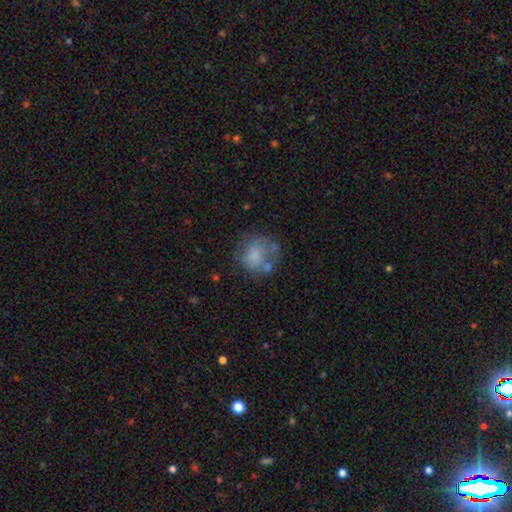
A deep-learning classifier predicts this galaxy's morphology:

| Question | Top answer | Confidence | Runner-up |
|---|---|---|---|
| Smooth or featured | smooth | 65% | featured or disk (25%) |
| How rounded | round | 79% | in between (20%) |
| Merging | none | 53% | minor disturbance (22%) |